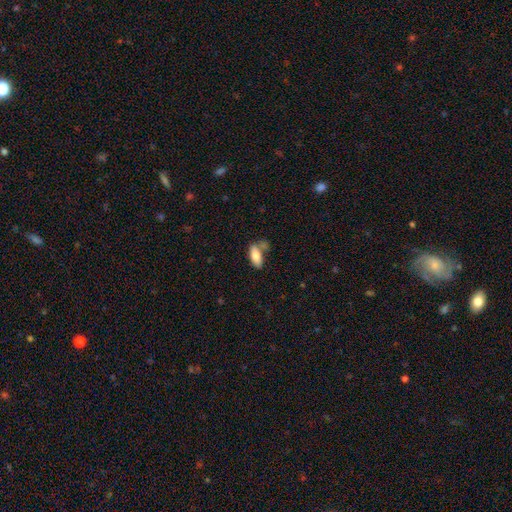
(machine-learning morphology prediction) smooth 79%, featured or disk 14%, star or artifact 7%. Down the decision tree: how rounded — in between (81%); merging — none (51%).